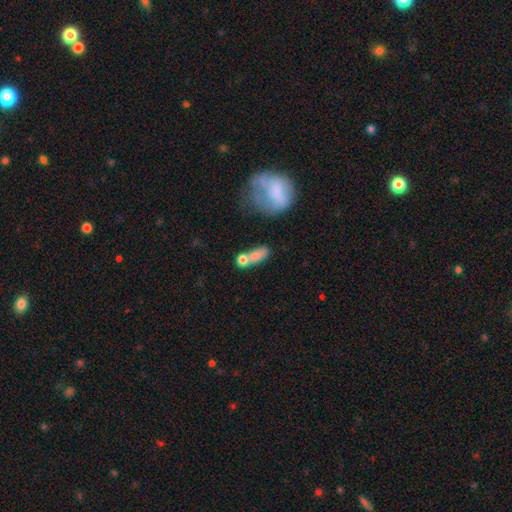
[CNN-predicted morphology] Smooth or featured?
  - smooth: 71% *
  - featured or disk: 20%
  - star or artifact: 9%
How rounded?
  - in between: 56% *
  - cigar-shaped: 28%
  - round: 16%
Merging?
  - merger: 40% *
  - none: 34%
  - minor disturbance: 15%
  - major disturbance: 10%